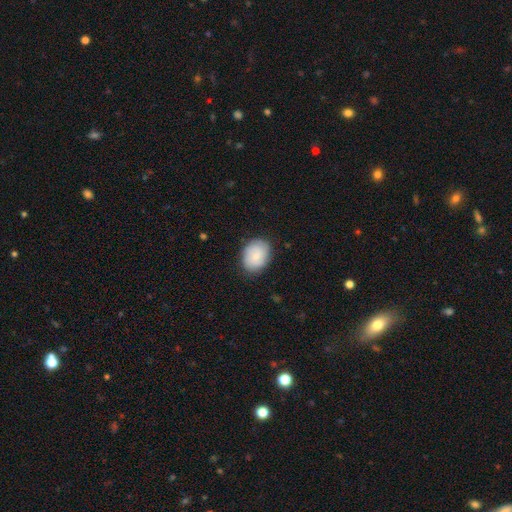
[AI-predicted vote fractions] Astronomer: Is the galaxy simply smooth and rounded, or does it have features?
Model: smooth — 69%.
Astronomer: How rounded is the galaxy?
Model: in between — 59% (runner-up: round, 40%).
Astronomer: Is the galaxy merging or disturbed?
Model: none — 81%.